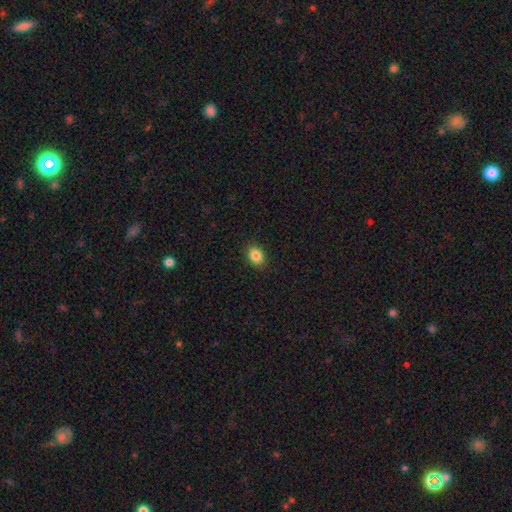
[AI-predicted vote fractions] Q: Smooth or featured?
A: smooth (85%); runner-up: star or artifact (9%)
Q: How rounded?
A: in between (68%); runner-up: round (31%)
Q: Merging?
A: none (89%); runner-up: minor disturbance (8%)